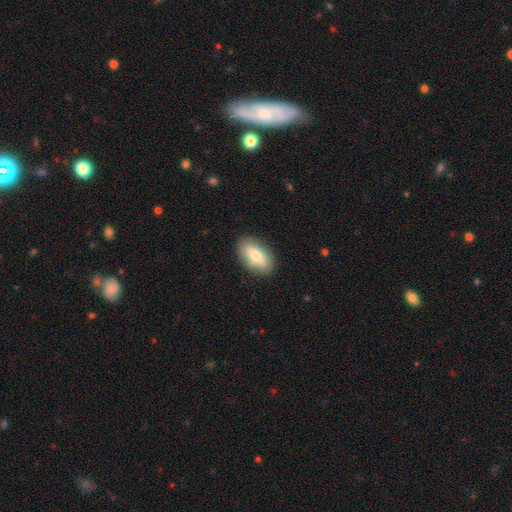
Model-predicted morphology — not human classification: Smooth or featured? smooth (76%)
How rounded? in between (91%)
Merging? none (87%)